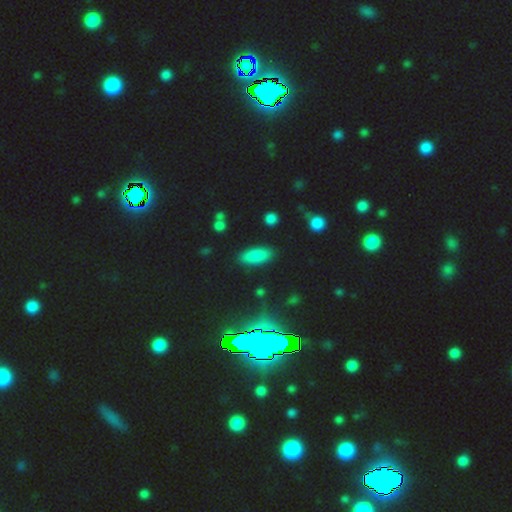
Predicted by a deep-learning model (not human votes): Smooth or featured?
  - smooth: 82% *
  - star or artifact: 12%
  - featured or disk: 6%
How rounded?
  - in between: 76% *
  - cigar-shaped: 20%
  - round: 3%
Merging?
  - none: 86% *
  - minor disturbance: 9%
  - major disturbance: 3%
  - merger: 2%